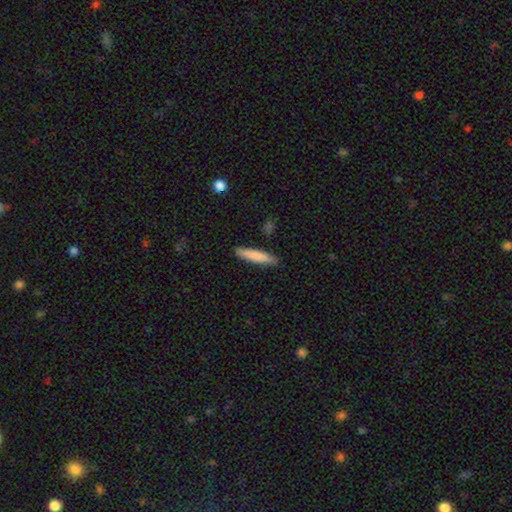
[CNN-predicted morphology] This appears to be a smooth galaxy with no disk features (81%) that is cigar-shaped (88%). Merging: none (88%).